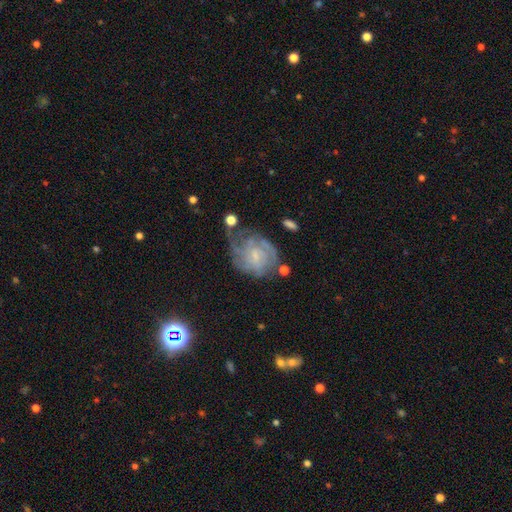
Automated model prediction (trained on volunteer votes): Smooth or featured? Predicted: featured or disk (p=0.72). Edge-on disk? Predicted: no (p=0.97). Bar? Predicted: no (p=0.59). Spiral arms? Predicted: yes (p=0.86). Spiral winding? Predicted: tight (p=0.55). Spiral arm count? Predicted: can't tell (p=0.48). Bulge size? Predicted: small (p=0.58). Merging? Predicted: none (p=0.45).